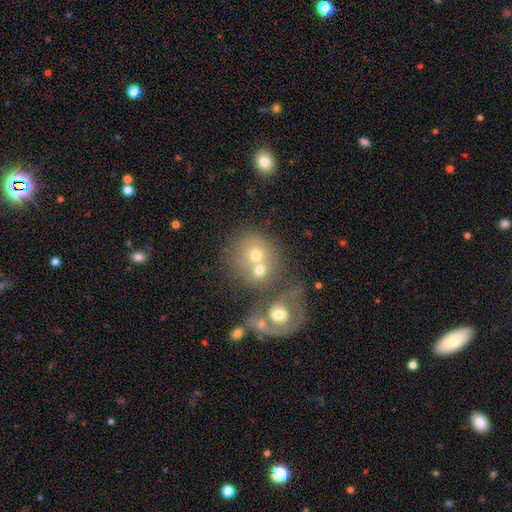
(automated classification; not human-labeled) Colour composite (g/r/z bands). It shows a smooth galaxy with no disk features (53%) that is round (77%). Merging: merger (55%).